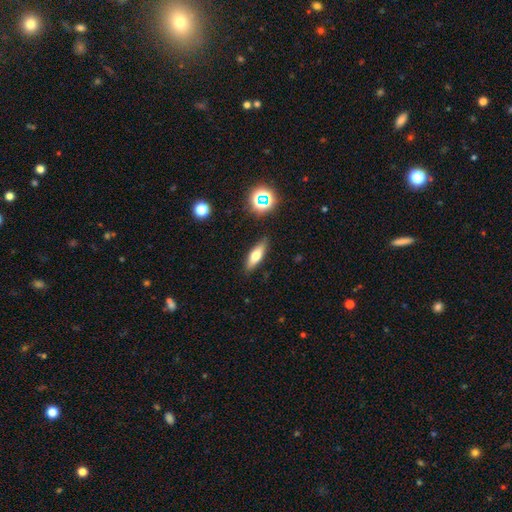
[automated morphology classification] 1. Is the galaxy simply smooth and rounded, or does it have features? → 61% smooth, 29% featured or disk, 10% star or artifact.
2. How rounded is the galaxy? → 51% in between, 46% cigar-shaped, 4% round.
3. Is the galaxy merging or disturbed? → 86% none, 10% minor disturbance, 2% major disturbance, 2% merger.